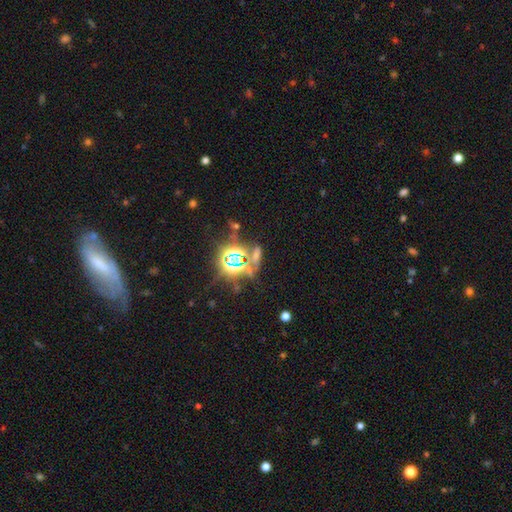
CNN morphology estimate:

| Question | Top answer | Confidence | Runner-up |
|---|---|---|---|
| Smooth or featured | star or artifact | 72% | smooth (16%) |